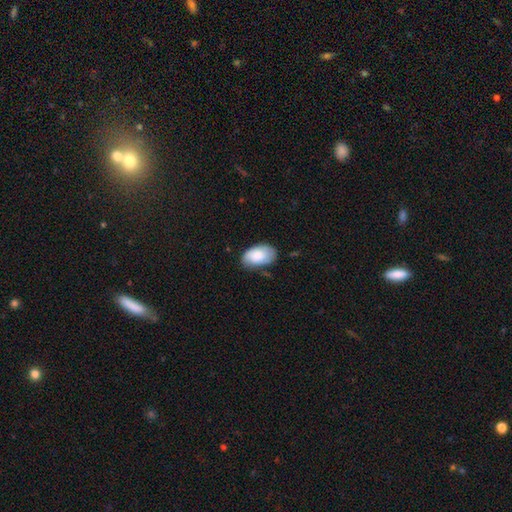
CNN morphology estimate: smooth-or-featured: smooth: 81% | featured or disk: 12% | star or artifact: 6%
  how-rounded: in between: 93% | round: 5% | cigar-shaped: 1%
  merging: none: 65% | minor disturbance: 28% | major disturbance: 6% | merger: 2%